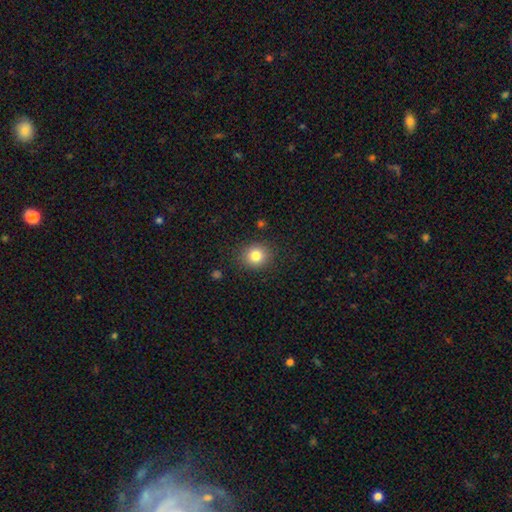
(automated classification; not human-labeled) Overall: smooth (83%). How rounded: round (81%). Merging: none (88%).